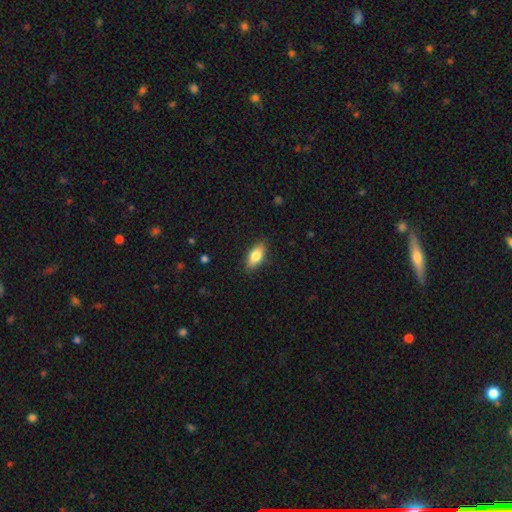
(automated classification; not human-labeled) Overall: smooth (78%). How rounded: in between (84%). Merging: none (87%).